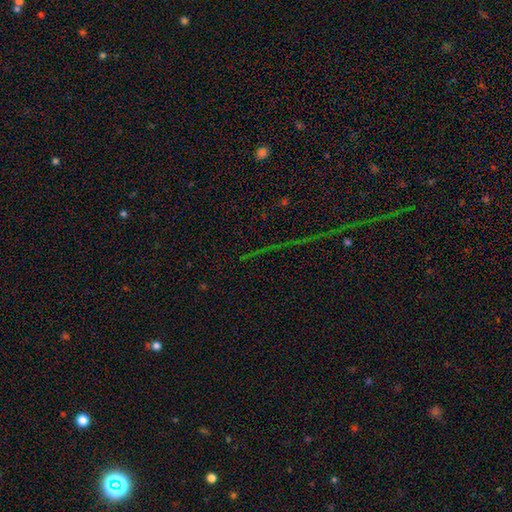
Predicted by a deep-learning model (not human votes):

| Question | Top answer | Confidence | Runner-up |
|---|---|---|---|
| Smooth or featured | star or artifact | 78% | smooth (12%) |